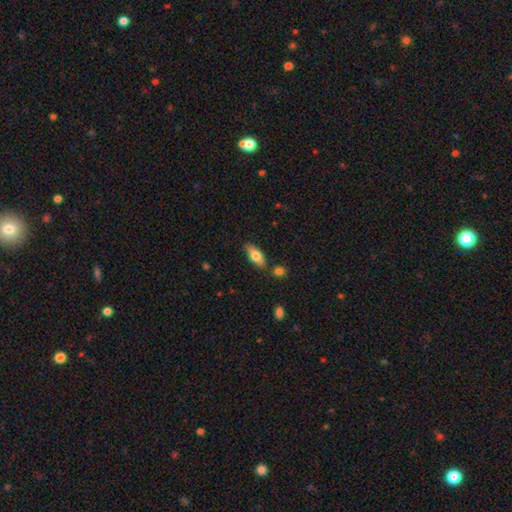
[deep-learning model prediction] The model was most divided on "smooth or featured": smooth: 68%, featured or disk: 25%, star or artifact: 6%. More confident: merging — none (80%); how rounded — in between (74%).